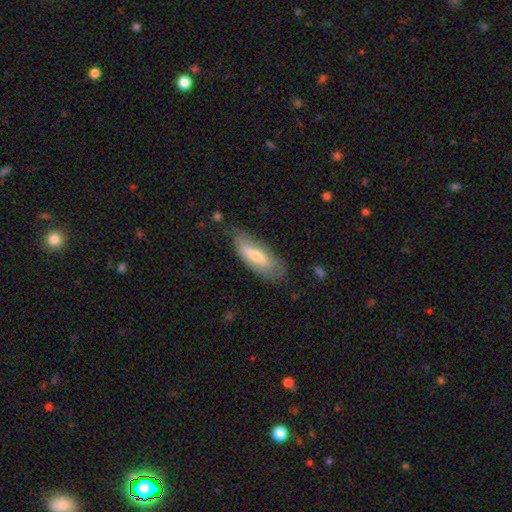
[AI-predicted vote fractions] A smooth galaxy with no disk features (59%) that is in between round and cigar-shaped (58%). Merging: none (65%).